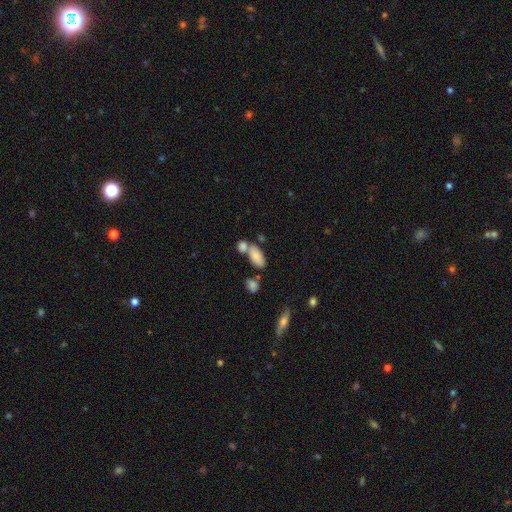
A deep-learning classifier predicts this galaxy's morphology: This is clearly a smooth galaxy (82%). How rounded: clearly in between (89%). Merging: marginally none (45%).